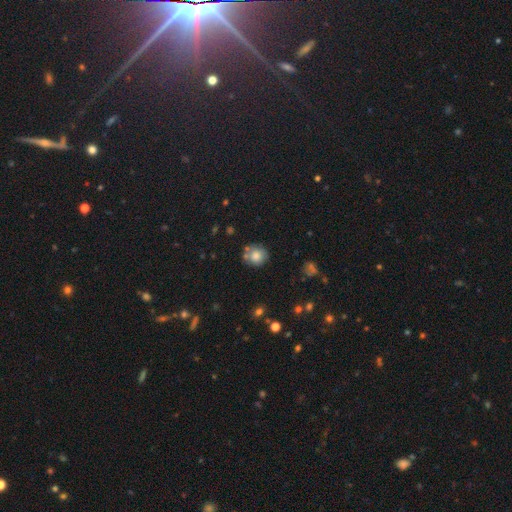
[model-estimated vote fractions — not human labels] Smooth or featured: smooth — 78% (featured or disk — 12%)
How rounded: round — 84% (in between — 15%)
Merging: none — 65% (minor disturbance — 17%)